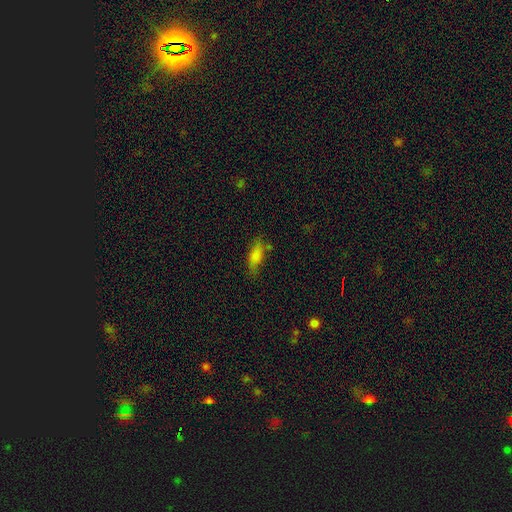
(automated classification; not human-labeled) Overall: smooth (78%). How rounded: in between (75%). Merging: none (63%; minor disturbance 24%).